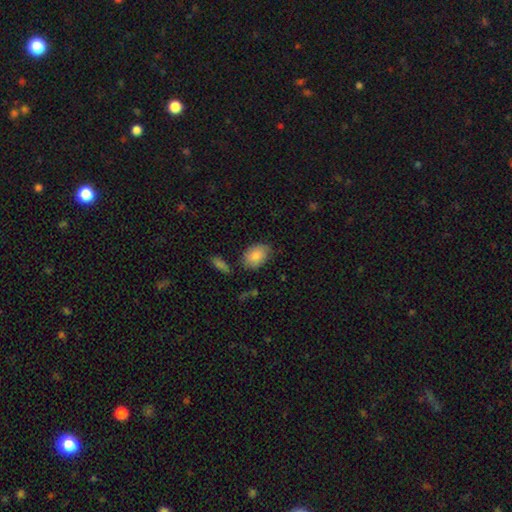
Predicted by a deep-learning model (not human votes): Smooth or featured: smooth — 81% (featured or disk — 13%)
How rounded: in between — 81% (round — 17%)
Merging: none — 72% (minor disturbance — 19%)